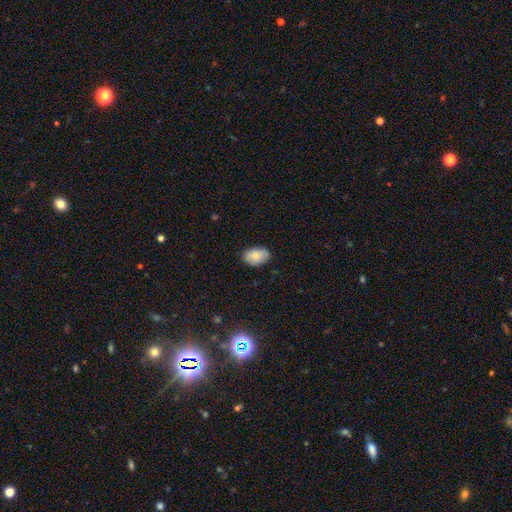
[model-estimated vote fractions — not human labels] Smooth or featured?
  - smooth: 78% *
  - featured or disk: 14%
  - star or artifact: 8%
How rounded?
  - in between: 89% *
  - round: 10%
  - cigar-shaped: 1%
Merging?
  - none: 81% *
  - minor disturbance: 15%
  - major disturbance: 2%
  - merger: 1%